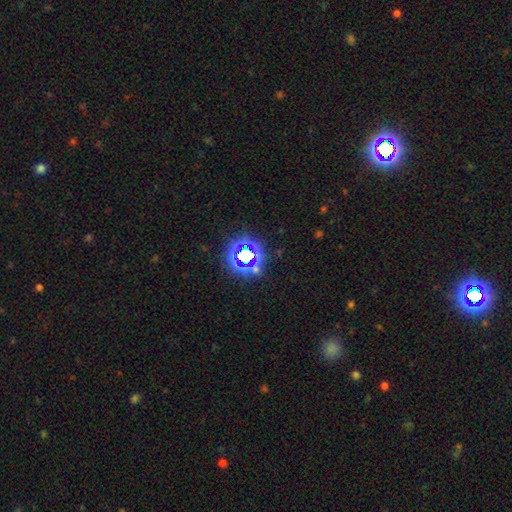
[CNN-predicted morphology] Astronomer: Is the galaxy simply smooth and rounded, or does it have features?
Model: star or artifact — 72%.